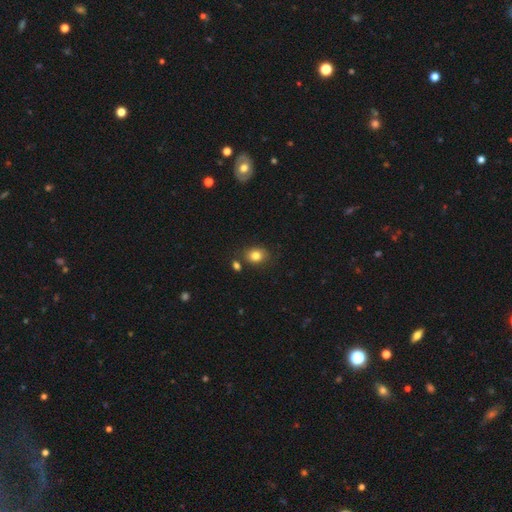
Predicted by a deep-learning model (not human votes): Morphology: type=smooth (82%); roundness=round (50%); merging=none (76%).